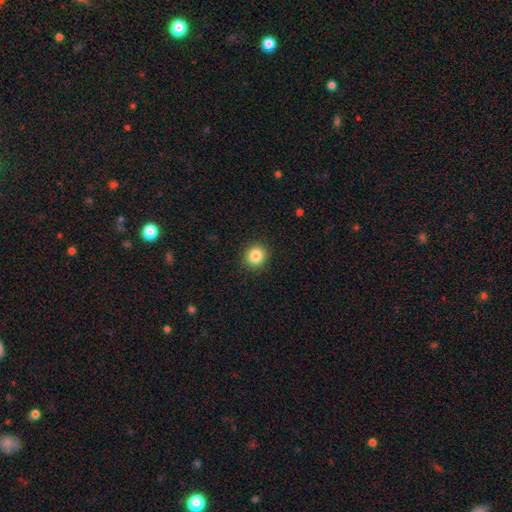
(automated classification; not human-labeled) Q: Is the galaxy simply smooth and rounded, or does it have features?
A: smooth — 85%.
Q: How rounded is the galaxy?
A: round — 89%.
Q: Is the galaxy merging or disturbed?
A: none — 91%.